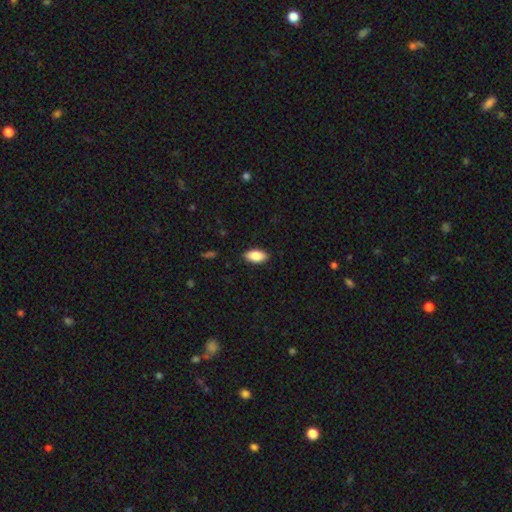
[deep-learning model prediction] Smooth or featured? smooth (87%)
How rounded? in between (93%)
Merging? none (88%)